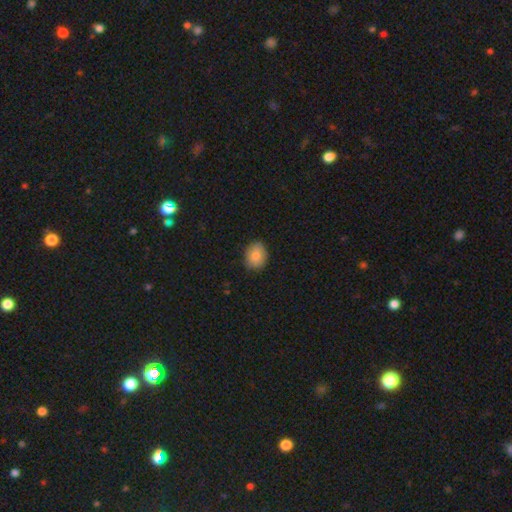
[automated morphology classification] The model was most divided on "how rounded": round: 53%, in between: 46%, cigar-shaped: 1%. More confident: smooth or featured — smooth (85%); merging — none (82%).